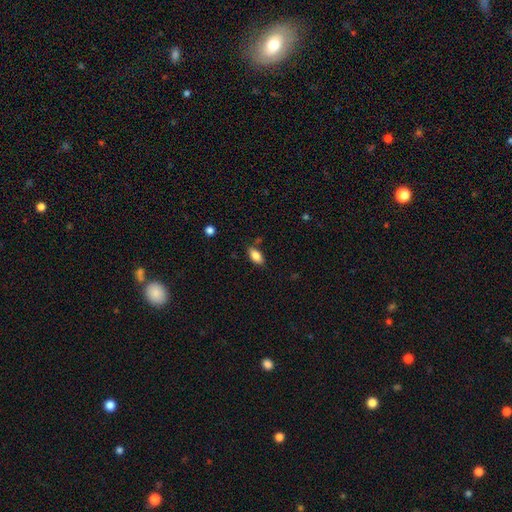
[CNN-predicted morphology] This appears to be a smooth galaxy with no disk features (85%) that is in between round and cigar-shaped (91%). Merging: none (78%).